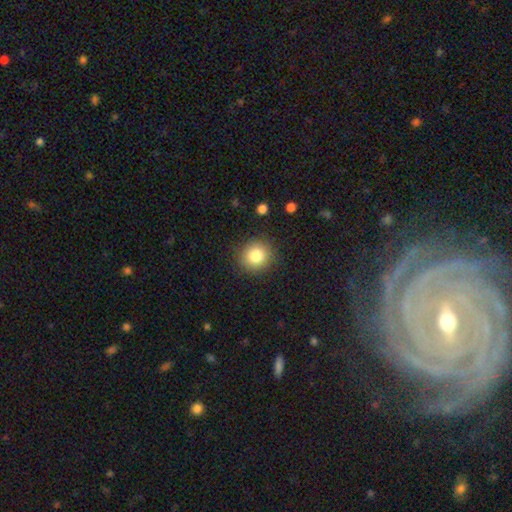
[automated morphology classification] The model was most divided on "smooth or featured": smooth: 82%, star or artifact: 10%, featured or disk: 7%. More confident: merging — none (89%); how rounded — round (88%).